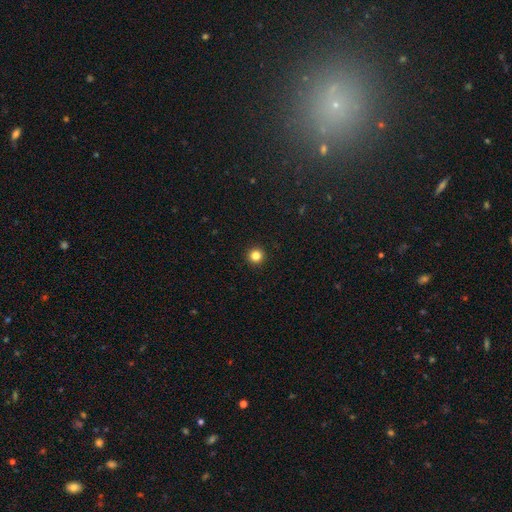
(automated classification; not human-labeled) A smooth galaxy with no disk features (84%) that is round (96%). Merging: none (94%).